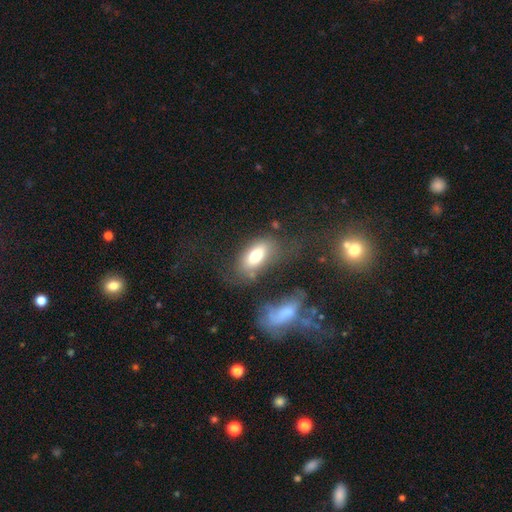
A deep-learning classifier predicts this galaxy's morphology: Smooth or featured?
  - smooth: 74% *
  - featured or disk: 18%
  - star or artifact: 8%
How rounded?
  - in between: 88% *
  - cigar-shaped: 6%
  - round: 5%
Merging?
  - none: 57% *
  - minor disturbance: 19%
  - major disturbance: 13%
  - merger: 11%